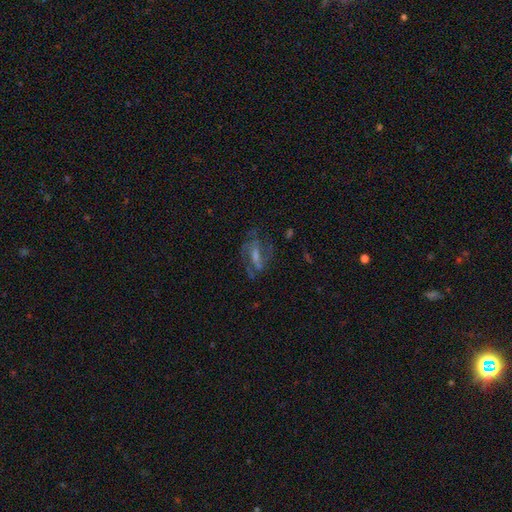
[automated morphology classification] Q: Smooth or featured?
A: featured or disk (69%); runner-up: smooth (19%)
Q: Edge-on disk?
A: no (91%); runner-up: yes (9%)
Q: Bar?
A: weak (42%); runner-up: strong (29%)
Q: Spiral arms?
A: yes (81%); runner-up: no (19%)
Q: Spiral winding?
A: medium (47%); runner-up: loose (28%)
Q: Spiral arm count?
A: 2 (45%); runner-up: can't tell (27%)
Q: Bulge size?
A: moderate (35%); runner-up: small (34%)
Q: Merging?
A: none (57%); runner-up: major disturbance (22%)